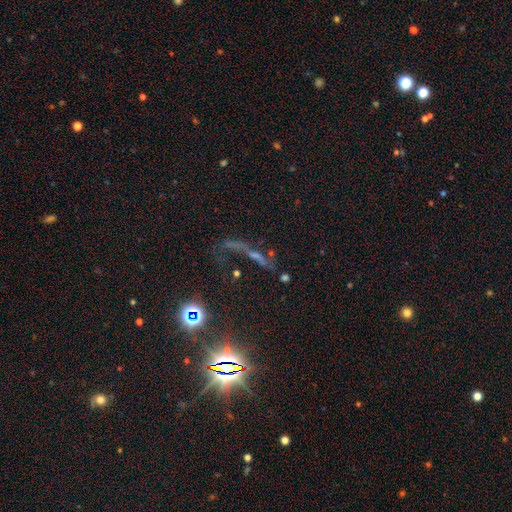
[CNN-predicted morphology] Overall: featured or disk (44%; star or artifact 37%). Merging: none (41%; major disturbance 32%).